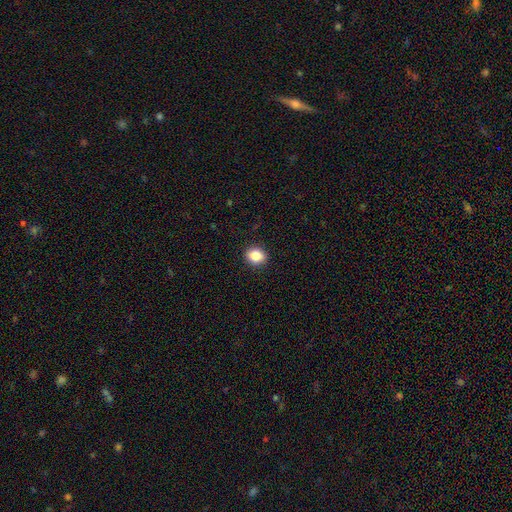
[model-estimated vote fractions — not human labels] smooth_or_featured: smooth (p=0.85) [alt: star or artifact p=0.09]
how_rounded: round (p=0.63) [alt: in between p=0.36]
merging: none (p=0.91) [alt: minor disturbance p=0.07]